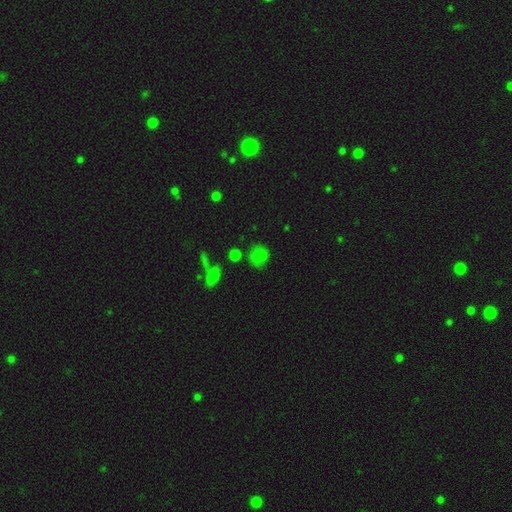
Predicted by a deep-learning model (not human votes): A smooth galaxy with no disk features (49%).

Vote fractions:
- Smooth or featured? smooth: 49% / star or artifact: 40% / featured or disk: 11%
- Merging? none: 70% / minor disturbance: 12% / merger: 11% / major disturbance: 7%